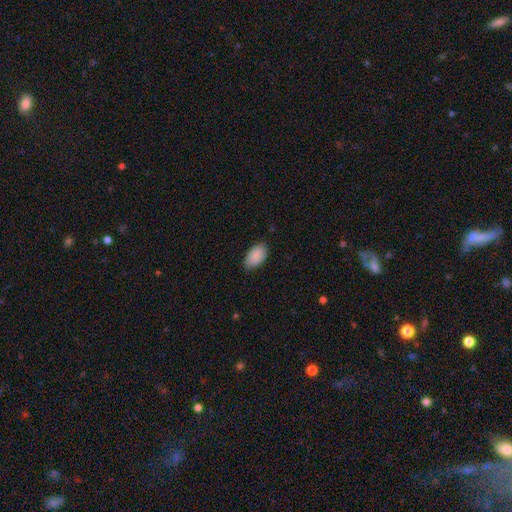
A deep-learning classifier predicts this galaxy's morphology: The model was most divided on "merging": none: 79%, minor disturbance: 18%, major disturbance: 3%, merger: 1%. More confident: how rounded — in between (93%); smooth or featured — smooth (90%).